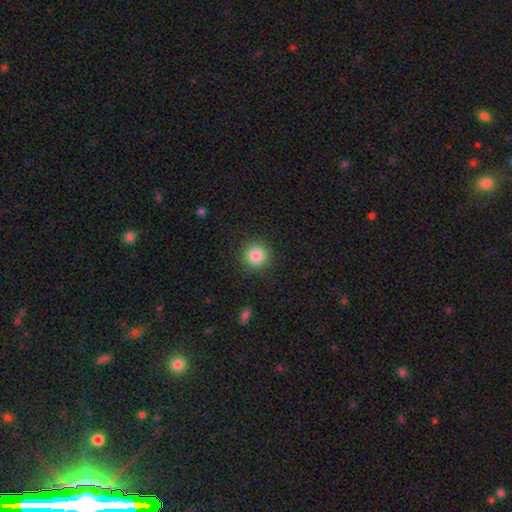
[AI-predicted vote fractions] Smooth or featured? smooth (85%)
How rounded? round (94%)
Merging? none (90%)